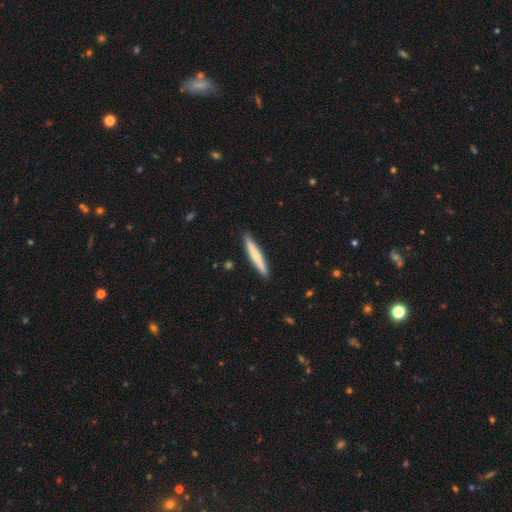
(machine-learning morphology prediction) smooth 64%, featured or disk 31%, star or artifact 5%. Down the decision tree: how rounded — cigar-shaped (93%); merging — none (90%).